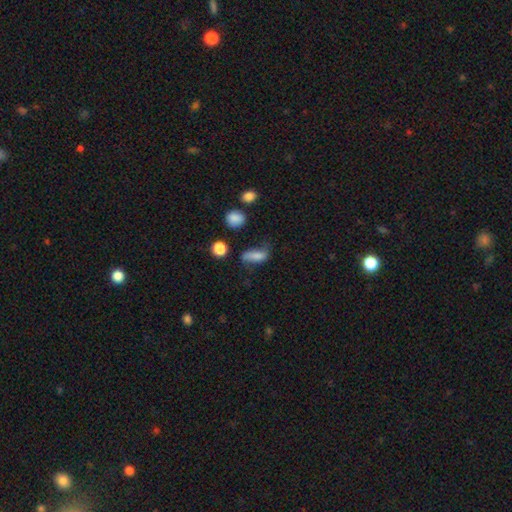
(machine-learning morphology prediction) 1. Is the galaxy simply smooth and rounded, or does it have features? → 70% smooth, 18% featured or disk, 12% star or artifact.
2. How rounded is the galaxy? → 74% in between, 17% cigar-shaped, 9% round.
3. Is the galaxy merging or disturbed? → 42% none, 30% minor disturbance, 22% major disturbance, 6% merger.